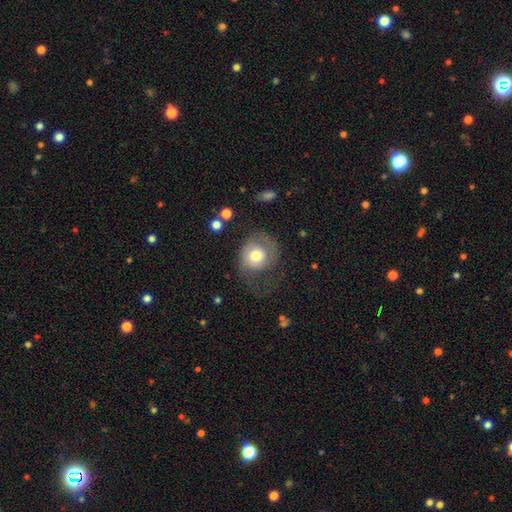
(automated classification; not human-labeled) smooth-or-featured: smooth: 56% | featured or disk: 36% | star or artifact: 7%
  how-rounded: round: 74% | in between: 25% | cigar-shaped: 1%
  merging: major disturbance: 41% | none: 35% | minor disturbance: 22% | merger: 2%